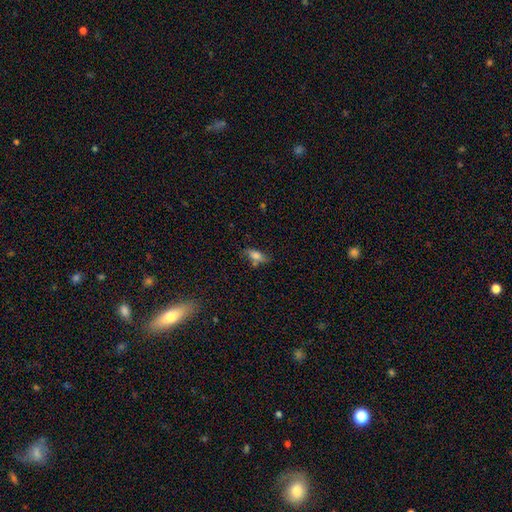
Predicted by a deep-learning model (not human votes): Morphology: type=smooth (75%); roundness=in between (77%); merging=none (62%).